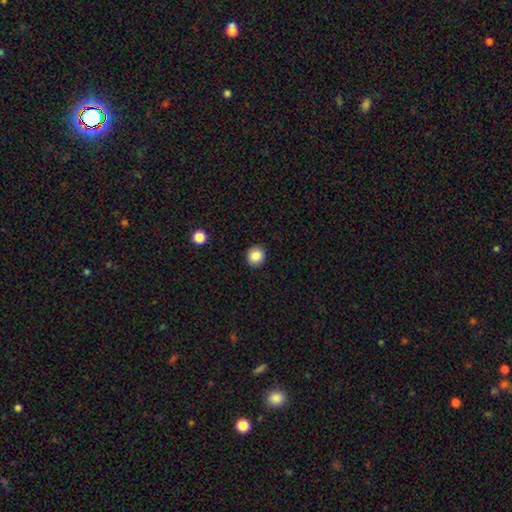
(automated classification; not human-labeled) A smooth galaxy with no disk features (86%) that is round (86%).

Vote fractions:
- Smooth or featured? smooth: 86% / star or artifact: 10% / featured or disk: 5%
- How rounded? round: 86% / in between: 13% / cigar-shaped: 1%
- Merging? none: 91% / minor disturbance: 6% / major disturbance: 2% / merger: 1%